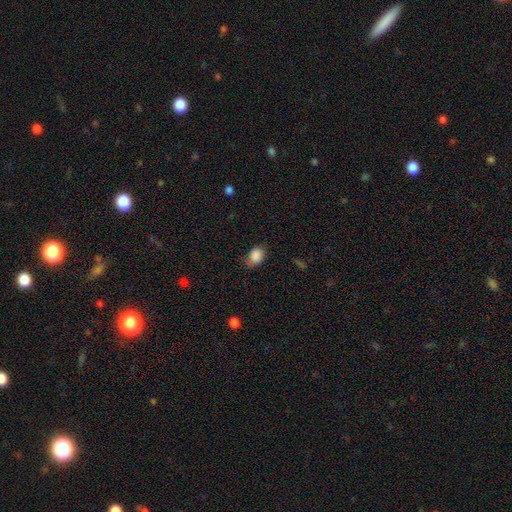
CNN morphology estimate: A smooth galaxy with no disk features (87%) that is in between round and cigar-shaped (66%).

Vote fractions:
- Smooth or featured? smooth: 87% / star or artifact: 8% / featured or disk: 4%
- How rounded? in between: 66% / round: 33% / cigar-shaped: 1%
- Merging? none: 65% / minor disturbance: 27% / major disturbance: 6% / merger: 1%